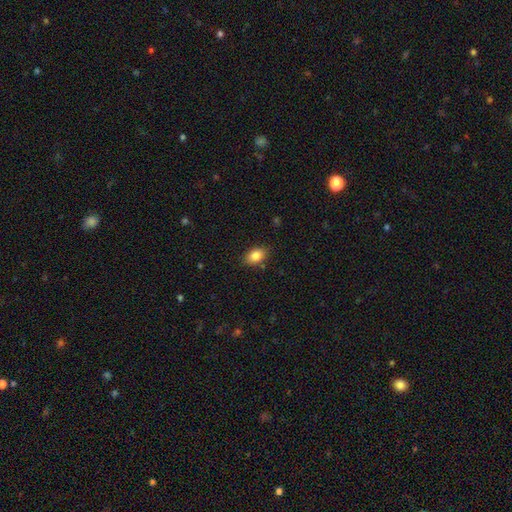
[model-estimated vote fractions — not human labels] The model was most divided on "how rounded": in between: 82%, round: 16%, cigar-shaped: 2%. More confident: merging — none (85%); smooth or featured — smooth (85%).